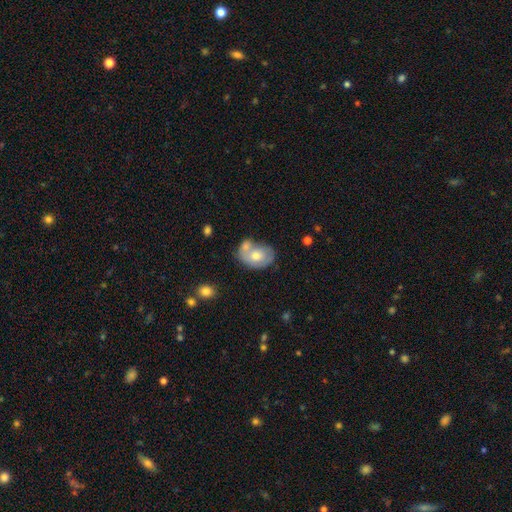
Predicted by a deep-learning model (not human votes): This is possibly a smooth galaxy (54%). How rounded: likely in between (74%). Merging: marginally merger (42%).